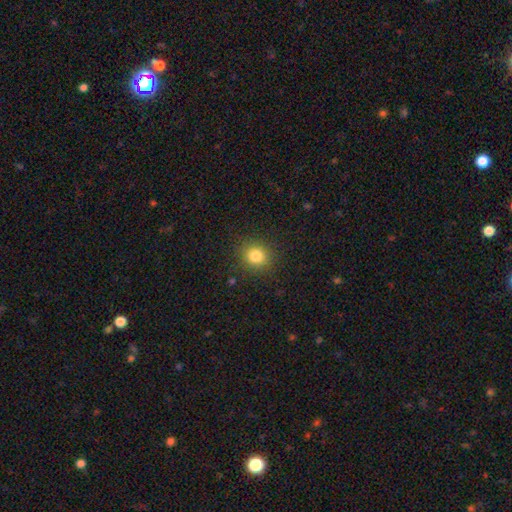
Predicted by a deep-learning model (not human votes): Q: Smooth or featured?
A: smooth (81%); runner-up: star or artifact (13%)
Q: How rounded?
A: round (85%); runner-up: in between (14%)
Q: Merging?
A: none (88%); runner-up: minor disturbance (8%)